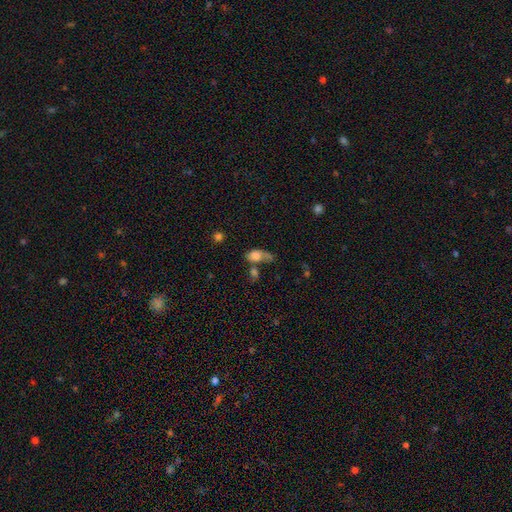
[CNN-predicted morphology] A smooth galaxy with no disk features (69%) that is in between round and cigar-shaped (80%). Merging: major disturbance (31%).